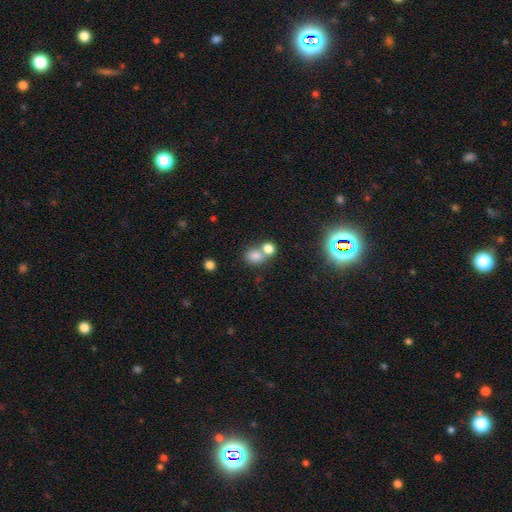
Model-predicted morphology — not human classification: type=smooth (79%); roundness=round (54%); merging=merger (45%).